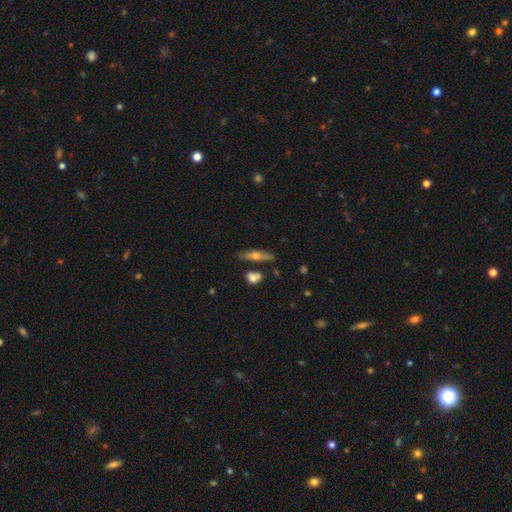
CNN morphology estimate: This is possibly a smooth galaxy (51%). How rounded: likely cigar-shaped (71%). Merging: likely none (73%).